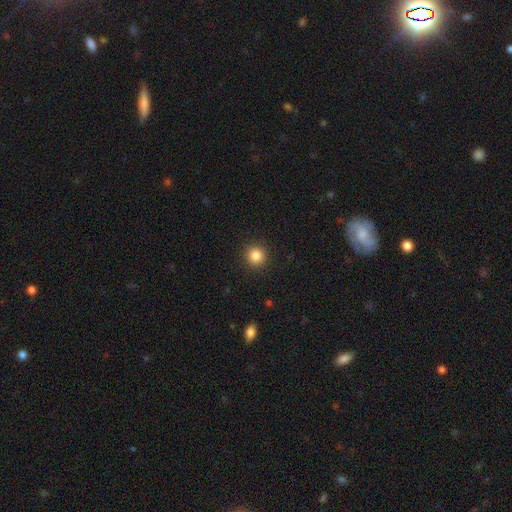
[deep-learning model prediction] A smooth galaxy with no disk features (85%) that is round (95%).

Vote fractions:
- Smooth or featured? smooth: 85% / star or artifact: 11% / featured or disk: 4%
- How rounded? round: 95% / in between: 5% / cigar-shaped: 1%
- Merging? none: 92% / minor disturbance: 5% / major disturbance: 2% / merger: 1%